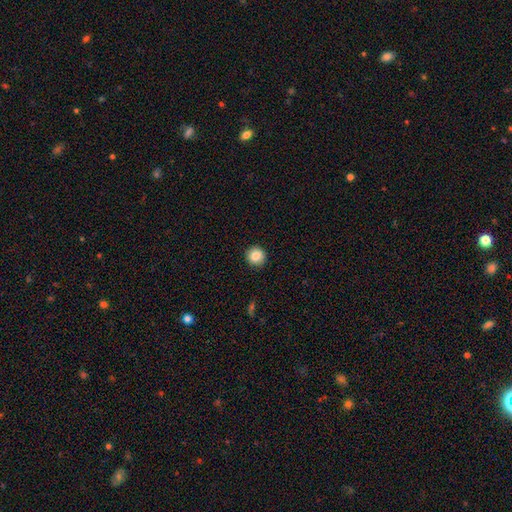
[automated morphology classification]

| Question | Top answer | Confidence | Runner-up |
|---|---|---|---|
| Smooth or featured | smooth | 86% | star or artifact (9%) |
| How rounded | round | 94% | in between (5%) |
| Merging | none | 92% | minor disturbance (5%) |